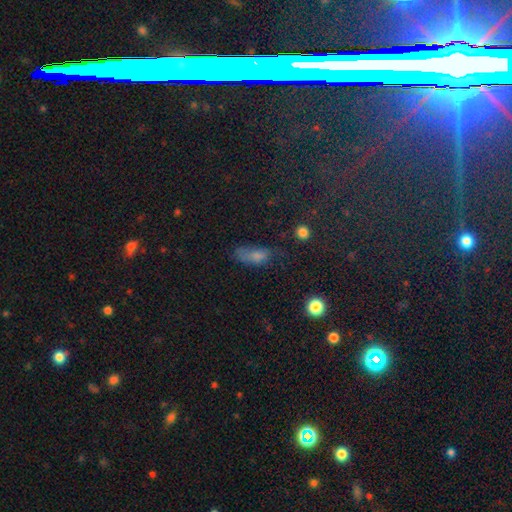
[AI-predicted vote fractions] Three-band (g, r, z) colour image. It shows a smooth galaxy with no disk features (69%) that is in between round and cigar-shaped (75%). Merging: none (38%).